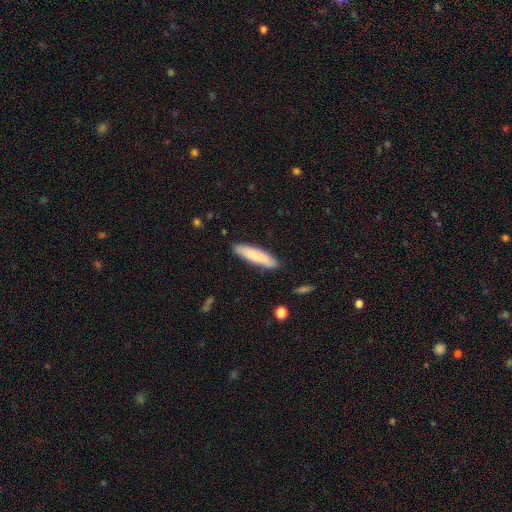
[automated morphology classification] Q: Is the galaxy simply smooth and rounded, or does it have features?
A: smooth — 82%.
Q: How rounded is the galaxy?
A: cigar-shaped — 83%.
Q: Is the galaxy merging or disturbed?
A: none — 88%.